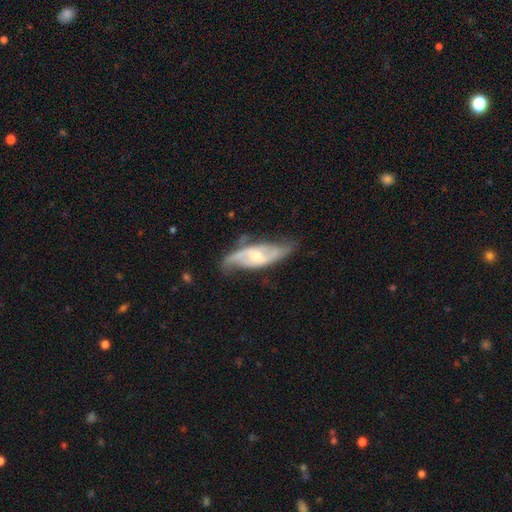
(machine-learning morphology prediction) Smooth or featured: featured or disk — 79% (smooth — 15%)
Edge-on disk: no — 83% (yes — 17%)
Bar: no — 47% (weak — 41%)
Spiral arms: yes — 92% (no — 8%)
Spiral winding: loose — 42% (medium — 41%)
Spiral arm count: 2 — 81% (can't tell — 10%)
Bulge size: moderate — 45% (small — 44%)
Merging: none — 64% (minor disturbance — 24%)